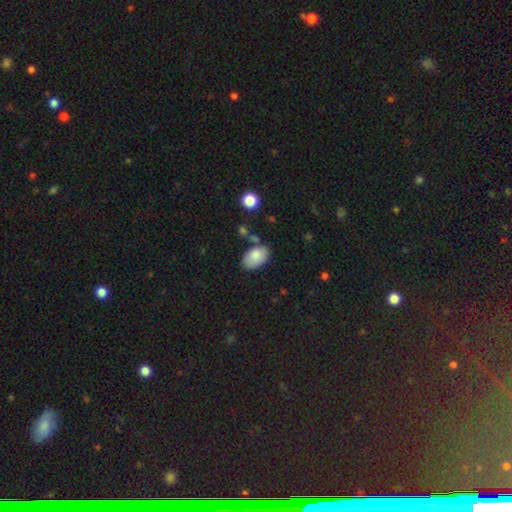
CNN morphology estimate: Smooth or featured? Predicted: smooth (p=0.84). How rounded? Predicted: in between (p=0.92). Merging? Predicted: none (p=0.70).